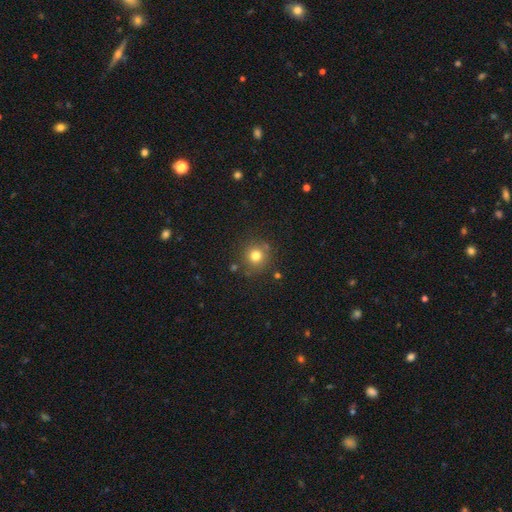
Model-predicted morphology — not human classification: This appears to be a smooth galaxy with no disk features (78%) that is round (92%). Merging: none (83%).